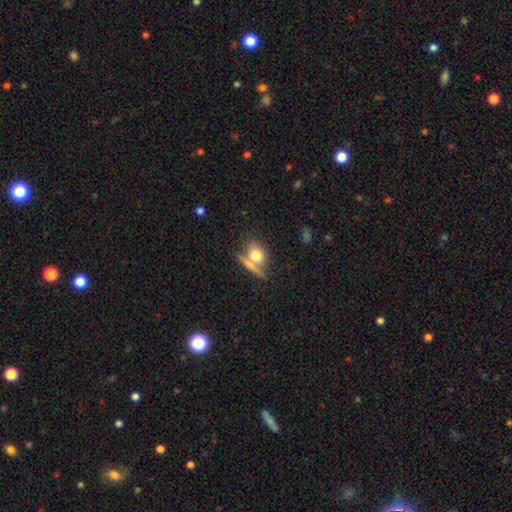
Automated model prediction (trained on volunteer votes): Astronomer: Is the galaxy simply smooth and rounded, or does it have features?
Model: smooth — 71%.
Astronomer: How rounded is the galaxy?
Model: round — 50% (runner-up: in between, 40%).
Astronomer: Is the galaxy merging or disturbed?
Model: none — 46% (runner-up: merger, 36%).